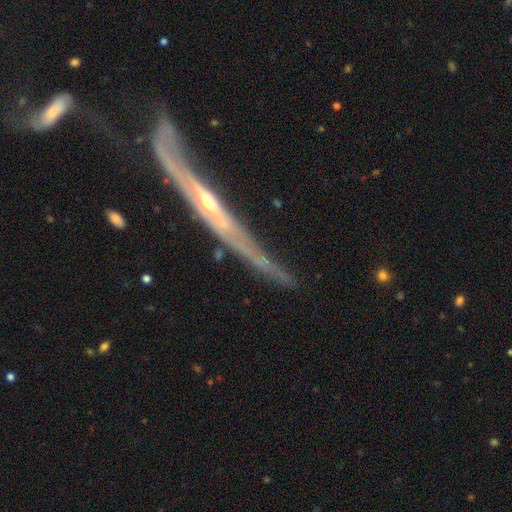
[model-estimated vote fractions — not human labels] Smooth or featured?
  - featured or disk: 82% *
  - smooth: 11%
  - star or artifact: 7%
Edge-on disk?
  - yes: 78% *
  - no: 22%
Edge-on bulge?
  - rounded: 60% *
  - none: 33%
  - boxy: 7%
Merging?
  - none: 54% *
  - minor disturbance: 23%
  - major disturbance: 17%
  - merger: 6%